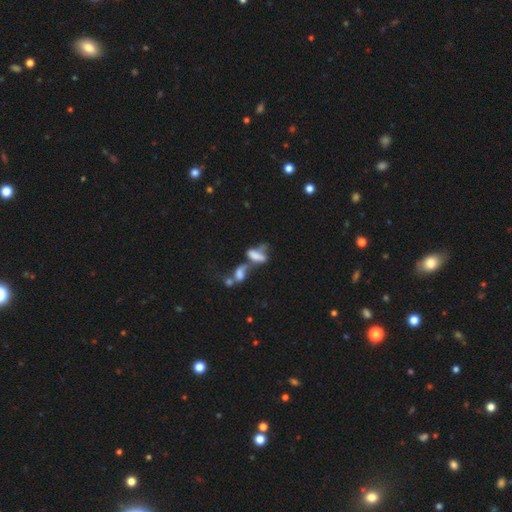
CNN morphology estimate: A smooth galaxy with no disk features (50%).

Vote fractions:
- Smooth or featured? smooth: 50% / featured or disk: 36% / star or artifact: 15%
- Merging? merger: 59% / major disturbance: 17% / none: 15% / minor disturbance: 9%